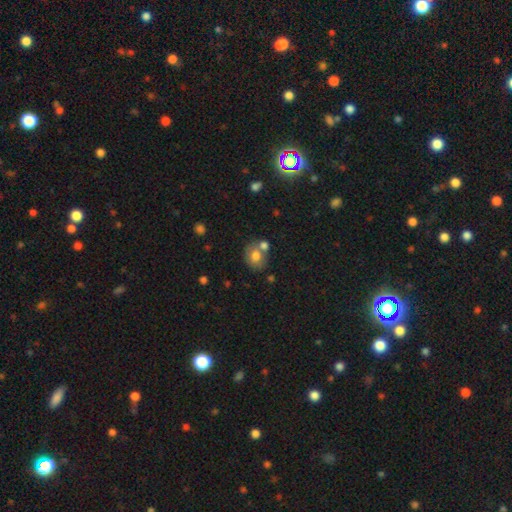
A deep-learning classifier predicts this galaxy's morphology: This is likely a smooth galaxy (73%). How rounded: possibly round (58%). Merging: possibly none (49%).